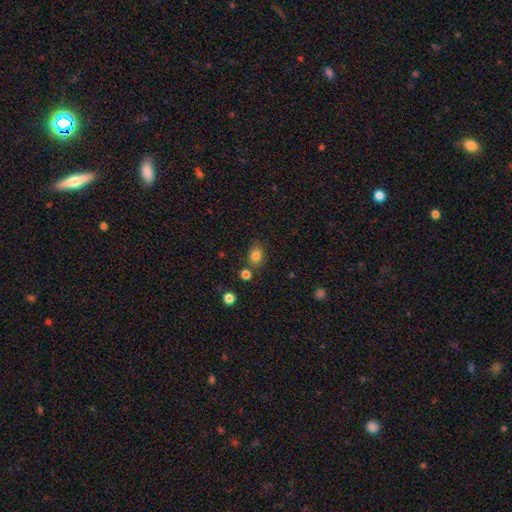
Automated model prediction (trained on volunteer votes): A smooth galaxy with no disk features (82%) that is in between round and cigar-shaped (58%). Merging: none (72%).